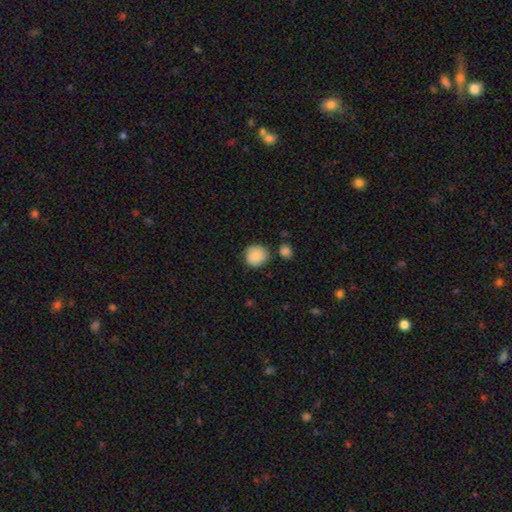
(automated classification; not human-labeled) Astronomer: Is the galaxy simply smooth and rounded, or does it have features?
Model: smooth — 87%.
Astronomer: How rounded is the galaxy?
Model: round — 90%.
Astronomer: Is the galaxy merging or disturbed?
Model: none — 79%.